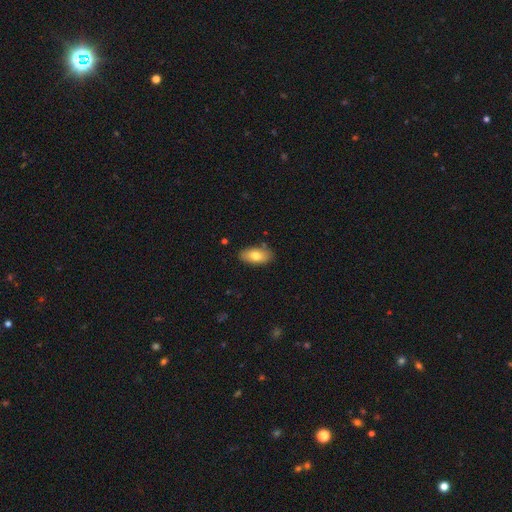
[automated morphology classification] Overall: smooth (76%). How rounded: in between (92%). Merging: none (83%).